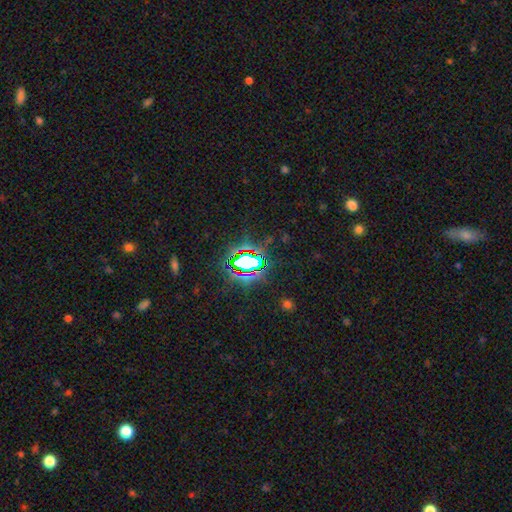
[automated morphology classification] The model was most divided on "smooth or featured": star or artifact: 75%, smooth: 15%, featured or disk: 10%.